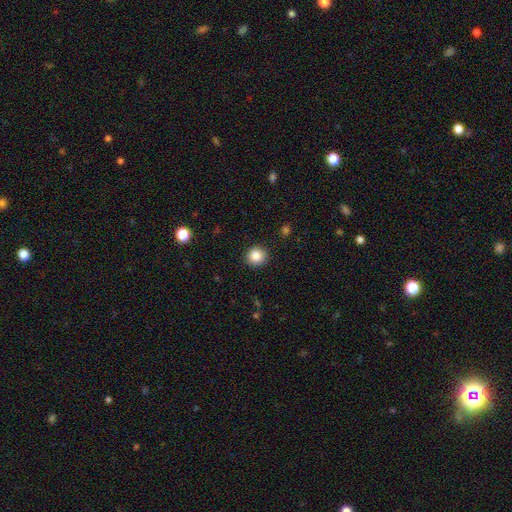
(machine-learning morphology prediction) Smooth or featured? Predicted: smooth (p=0.85). How rounded? Predicted: round (p=0.90). Merging? Predicted: none (p=0.91).